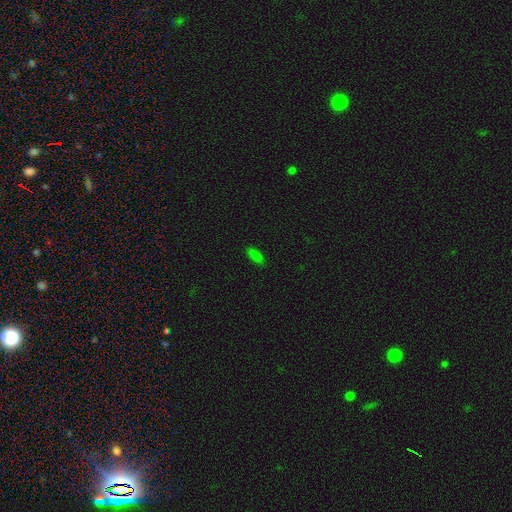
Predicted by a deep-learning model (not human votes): Overall: smooth (82%). How rounded: in between (70%). Merging: none (87%).